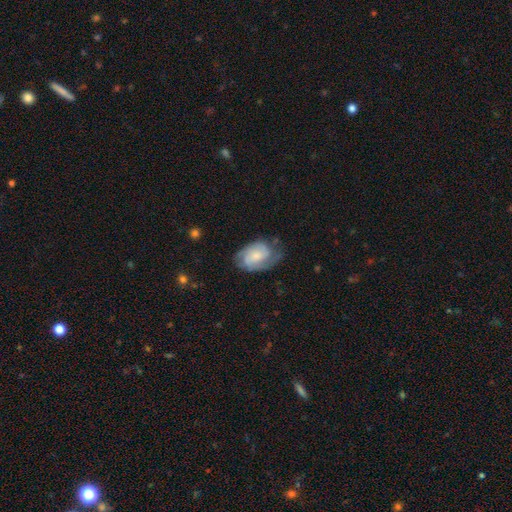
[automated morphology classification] A featured or disk galaxy (61%) with no bar (64%), 2 (57%) medium (42%, tied with tight) spiral arms (88%) and a small central bulge (41%). Merging: none (57%).